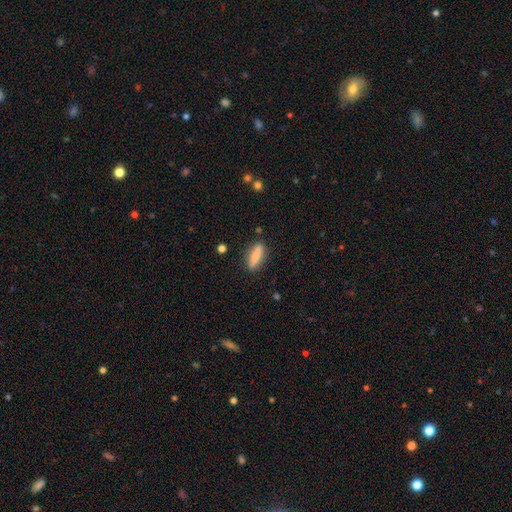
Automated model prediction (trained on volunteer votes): Q: Smooth or featured?
A: smooth (73%); runner-up: featured or disk (20%)
Q: How rounded?
A: cigar-shaped (63%); runner-up: in between (34%)
Q: Merging?
A: none (87%); runner-up: minor disturbance (9%)